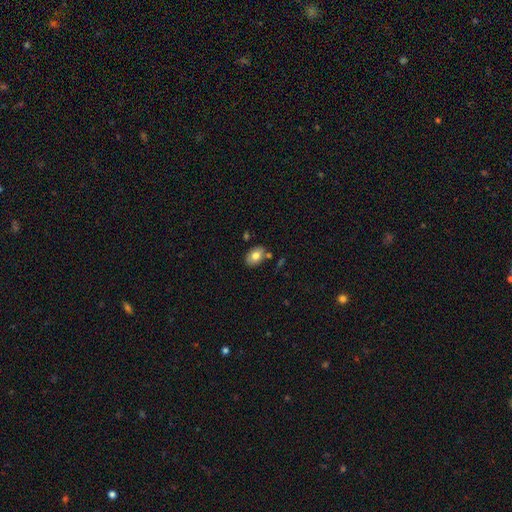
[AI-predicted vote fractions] This appears to be a smooth galaxy with no disk features (77%) that is in between round and cigar-shaped (81%). Merging: none (76%).